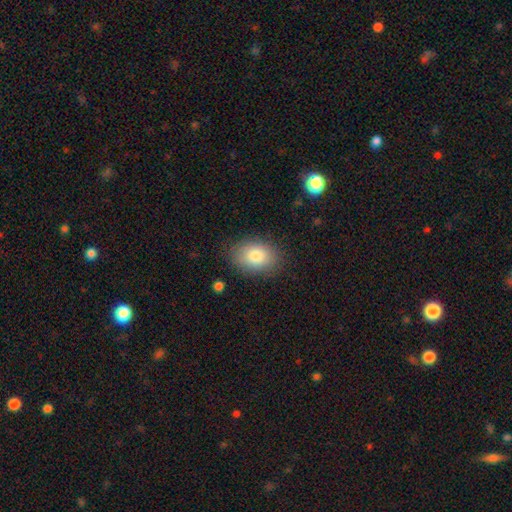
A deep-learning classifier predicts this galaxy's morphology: This is clearly a smooth galaxy (83%). How rounded: likely in between (78%). Merging: clearly none (84%).